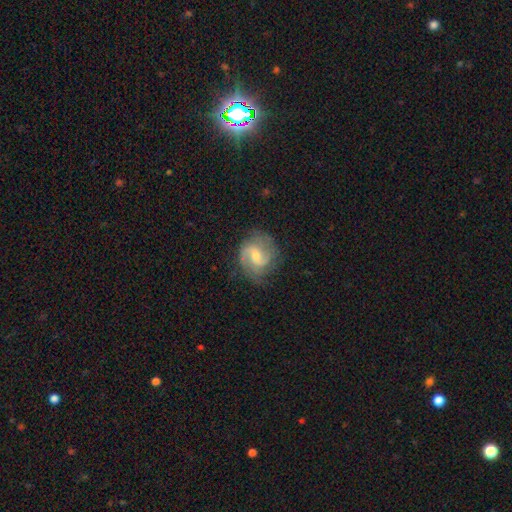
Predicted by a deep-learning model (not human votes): The model was most divided on "bulge size": small: 51%, moderate: 43%, none: 2%, large: 2%, dominant: 1%. More confident: edge-on disk — no (98%); spiral arms — yes (96%); smooth or featured — featured or disk (82%); merging — none (73%); spiral arm count — 2 (71%); bar — weak (55%); spiral winding — medium (50%).